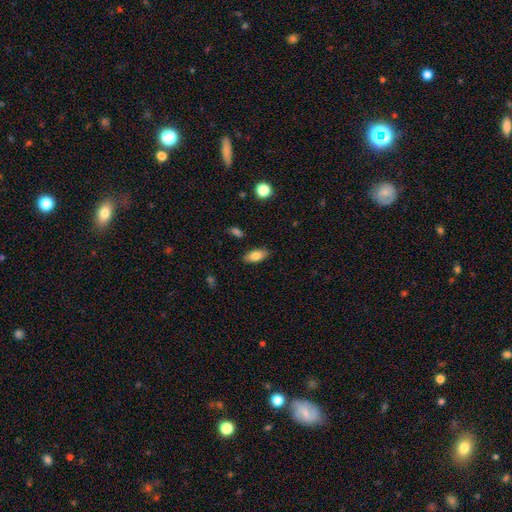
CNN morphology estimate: smooth-or-featured: smooth: 80% | featured or disk: 13% | star or artifact: 7%
  how-rounded: in between: 89% | cigar-shaped: 7% | round: 3%
  merging: none: 86% | minor disturbance: 10% | major disturbance: 2% | merger: 2%